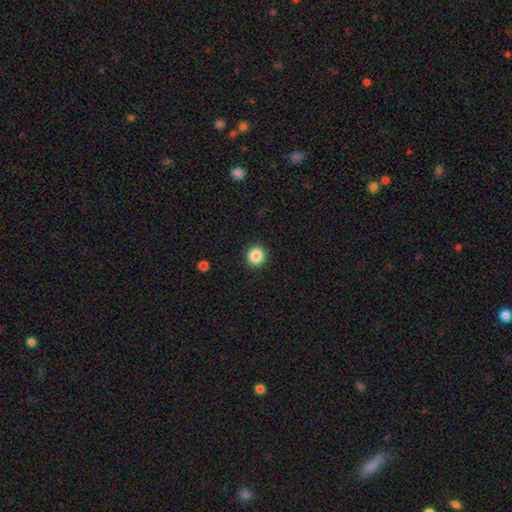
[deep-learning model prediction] Overall: smooth (87%). How rounded: round (90%). Merging: none (92%).